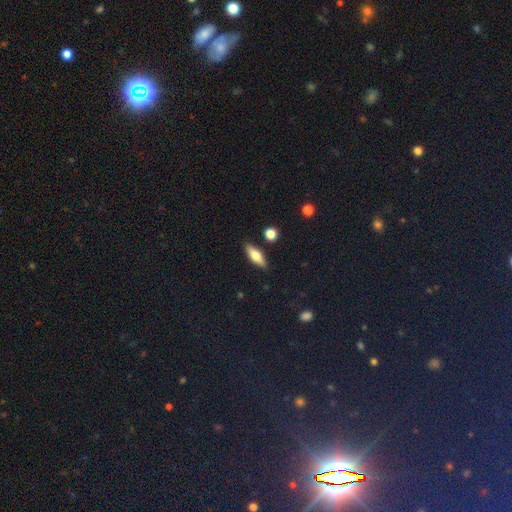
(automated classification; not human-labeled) The model was most divided on "how rounded": in between: 56%, cigar-shaped: 41%, round: 4%. More confident: merging — none (84%); smooth or featured — smooth (61%).